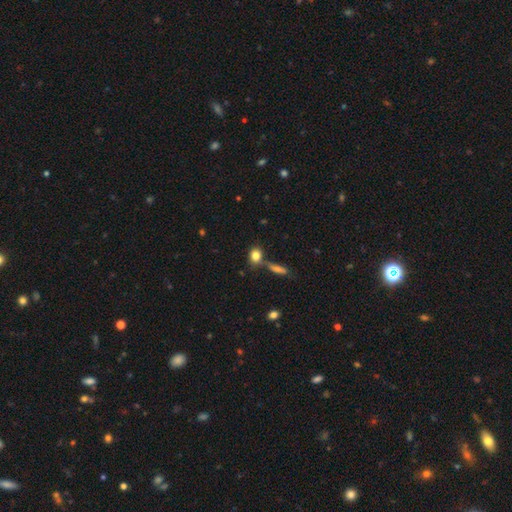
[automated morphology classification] smooth 82%, star or artifact 10%, featured or disk 8%. Down the decision tree: how rounded — round (52%); merging — none (63%).